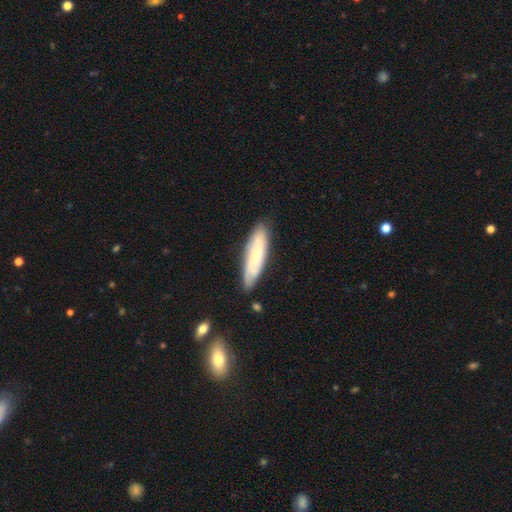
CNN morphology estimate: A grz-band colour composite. It shows a smooth galaxy with no disk features (57%) that is cigar-shaped (68%). Merging: none (79%).